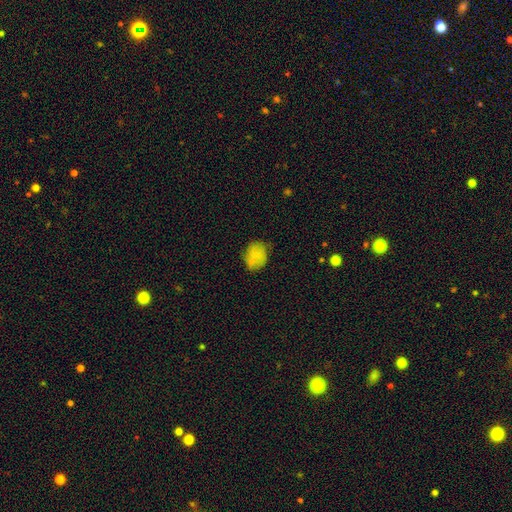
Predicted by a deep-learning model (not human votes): This is likely a smooth galaxy (71%). How rounded: possibly round (51%). Merging: possibly none (54%).